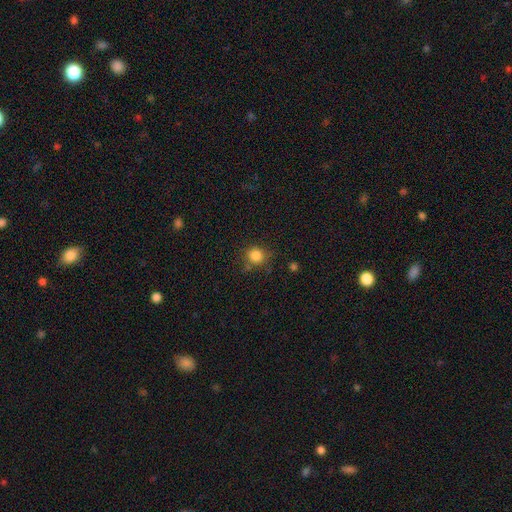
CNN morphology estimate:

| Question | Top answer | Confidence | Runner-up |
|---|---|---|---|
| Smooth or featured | smooth | 84% | star or artifact (11%) |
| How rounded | round | 85% | in between (15%) |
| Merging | none | 74% | minor disturbance (15%) |